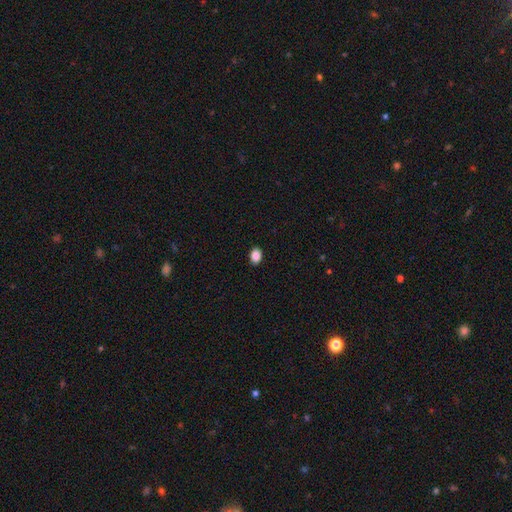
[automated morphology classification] smooth-or-featured: smooth: 88% | star or artifact: 9% | featured or disk: 3%
  how-rounded: in between: 76% | round: 23% | cigar-shaped: 1%
  merging: none: 91% | minor disturbance: 7% | major disturbance: 2% | merger: 1%